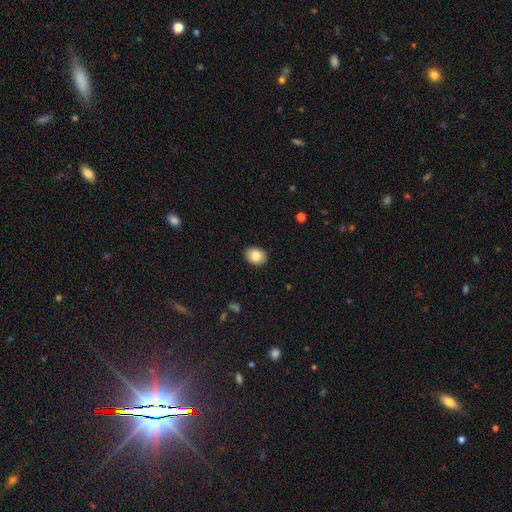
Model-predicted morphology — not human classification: A smooth galaxy with no disk features (85%) that is in between round and cigar-shaped (59%). Merging: none (89%).